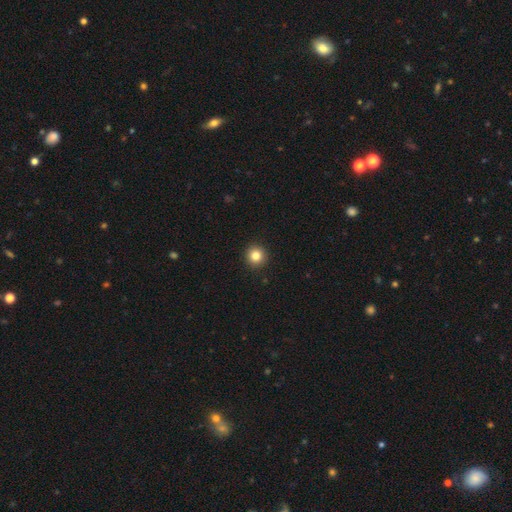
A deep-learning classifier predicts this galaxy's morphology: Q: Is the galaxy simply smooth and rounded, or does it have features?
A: smooth — 84%.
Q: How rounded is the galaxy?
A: round — 95%.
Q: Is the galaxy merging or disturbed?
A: none — 93%.